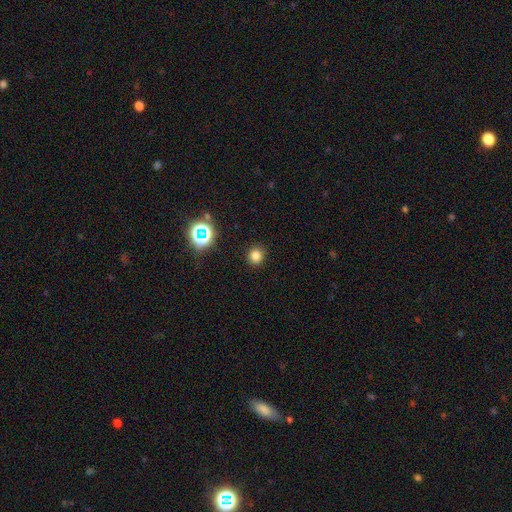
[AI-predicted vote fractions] smooth-or-featured: smooth: 78% | star or artifact: 17% | featured or disk: 5%
  how-rounded: round: 86% | in between: 13% | cigar-shaped: 1%
  merging: none: 91% | minor disturbance: 6% | major disturbance: 2% | merger: 1%